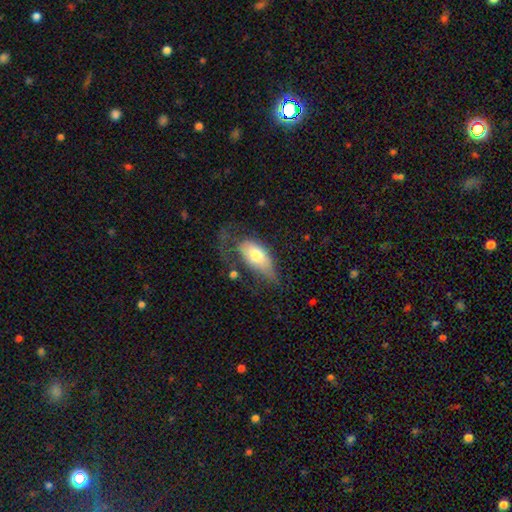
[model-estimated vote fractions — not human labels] Smooth or featured: smooth — 63% (featured or disk — 30%)
How rounded: in between — 90% (cigar-shaped — 6%)
Merging: major disturbance — 39% (none — 29%)